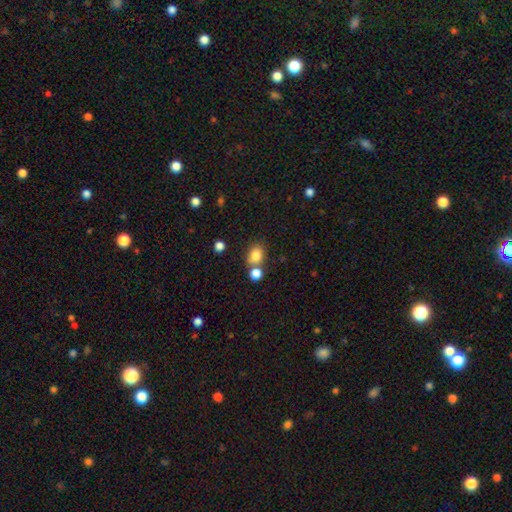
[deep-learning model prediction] smooth_or_featured: smooth (p=0.82) [alt: star or artifact p=0.11]
how_rounded: in between (p=0.51) [alt: round p=0.48]
merging: none (p=0.60) [alt: merger p=0.24]